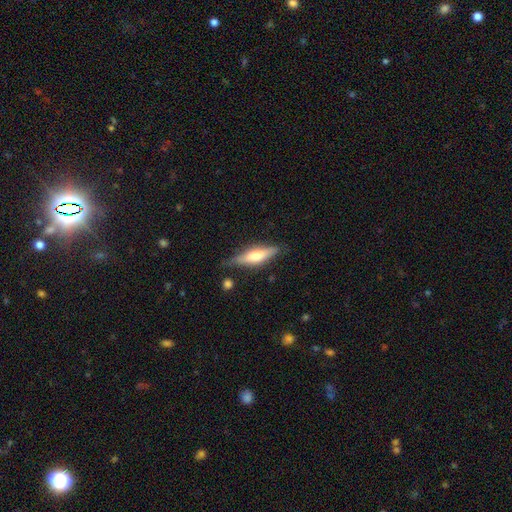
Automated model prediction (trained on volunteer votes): featured or disk 48%, smooth 46%, star or artifact 6%. Down the decision tree: merging — none (74%).